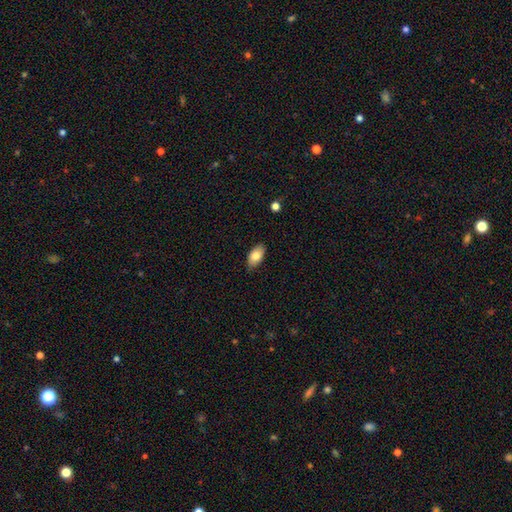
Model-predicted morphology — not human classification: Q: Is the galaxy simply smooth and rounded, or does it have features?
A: smooth — 82%.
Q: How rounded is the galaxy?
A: in between — 93%.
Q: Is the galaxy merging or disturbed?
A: none — 85%.